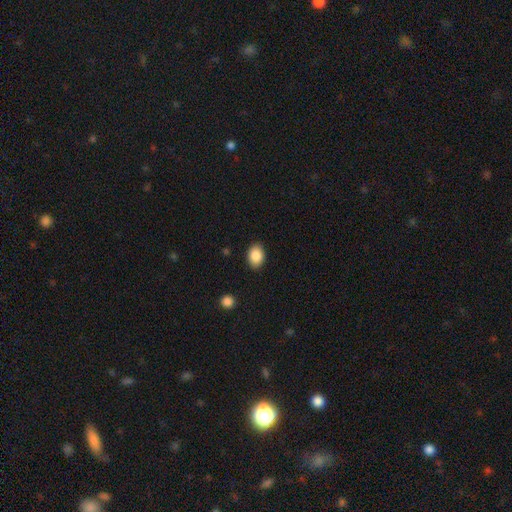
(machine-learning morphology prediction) Overall: smooth (87%). How rounded: in between (77%). Merging: none (88%).